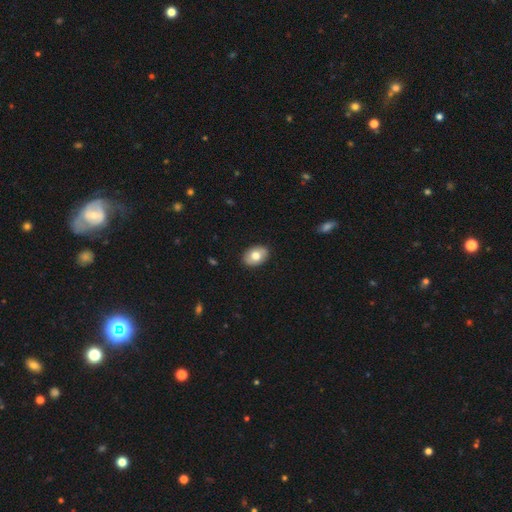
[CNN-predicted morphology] A smooth galaxy with no disk features (75%) that is in between round and cigar-shaped (81%).

Vote fractions:
- Smooth or featured? smooth: 75% / featured or disk: 18% / star or artifact: 7%
- How rounded? in between: 81% / round: 17% / cigar-shaped: 1%
- Merging? none: 89% / minor disturbance: 8% / major disturbance: 2% / merger: 1%